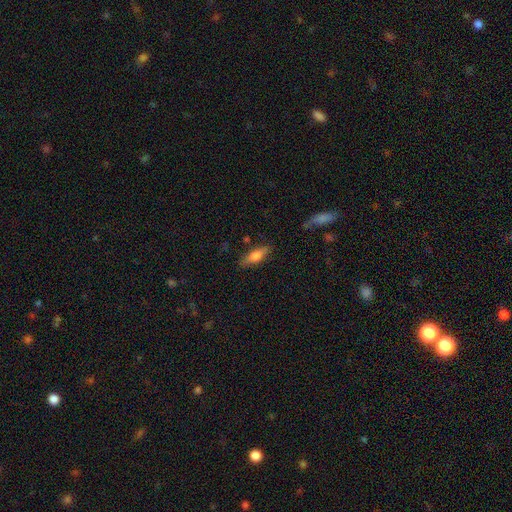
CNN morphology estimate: This appears to be a smooth galaxy with no disk features (67%) that is in between round and cigar-shaped (53%). Merging: none (82%).